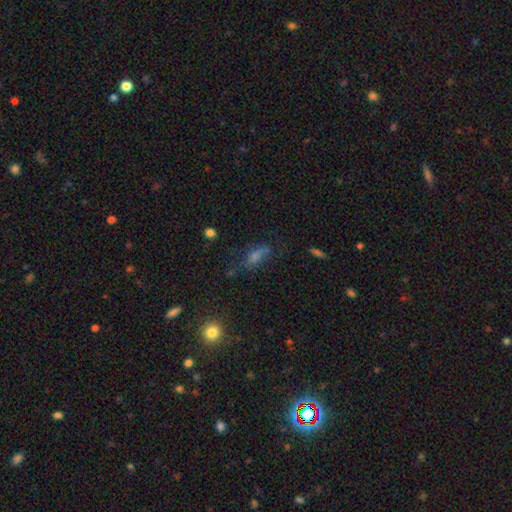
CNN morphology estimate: Smooth or featured? Predicted: smooth (p=0.45). Merging? Predicted: none (p=0.58).